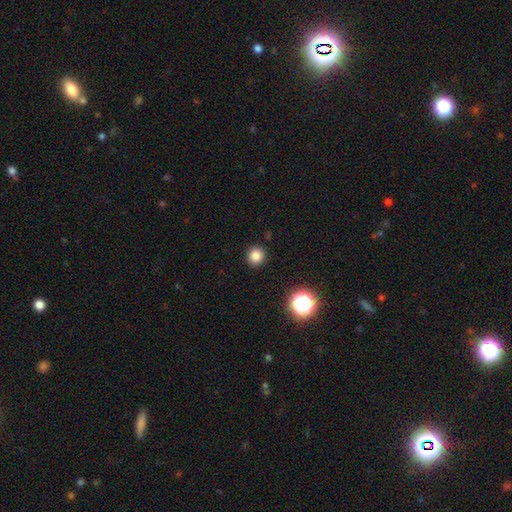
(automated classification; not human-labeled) Overall: smooth (82%). How rounded: round (92%). Merging: none (91%).